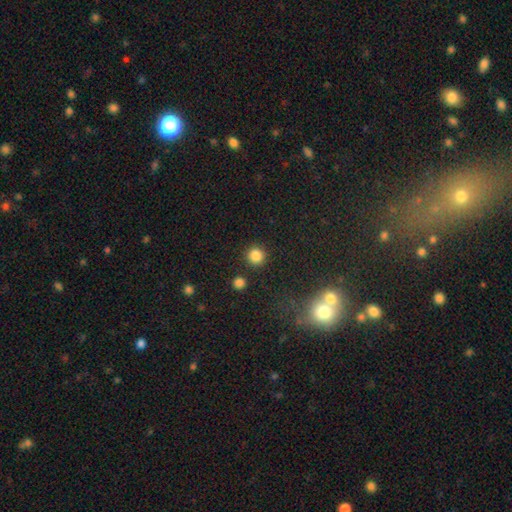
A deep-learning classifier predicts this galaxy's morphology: Smooth or featured? smooth (83%)
How rounded? round (94%)
Merging? none (89%)